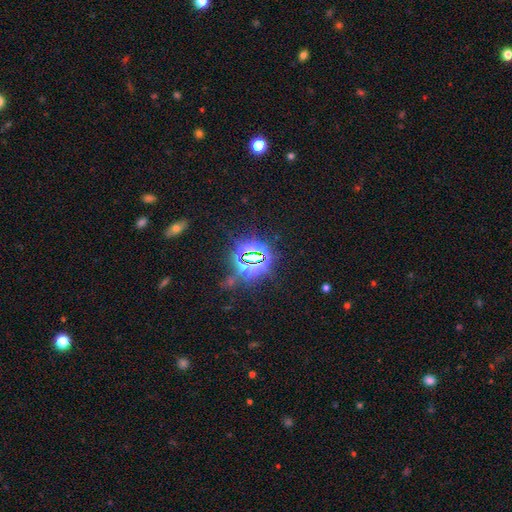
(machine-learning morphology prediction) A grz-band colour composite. It shows a star or artifact, not a galaxy (83%).